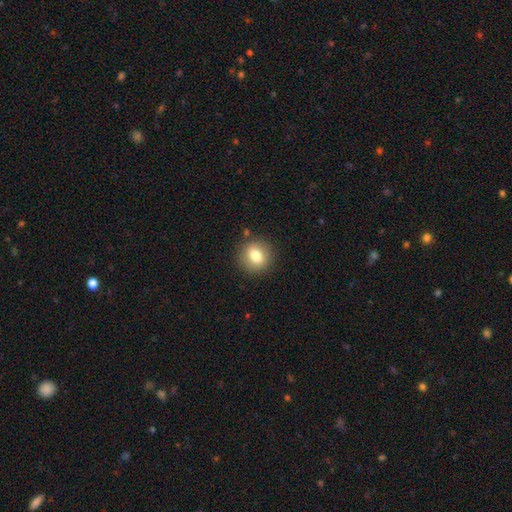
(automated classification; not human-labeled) A smooth galaxy with no disk features (77%) that is round (78%). Merging: none (86%).